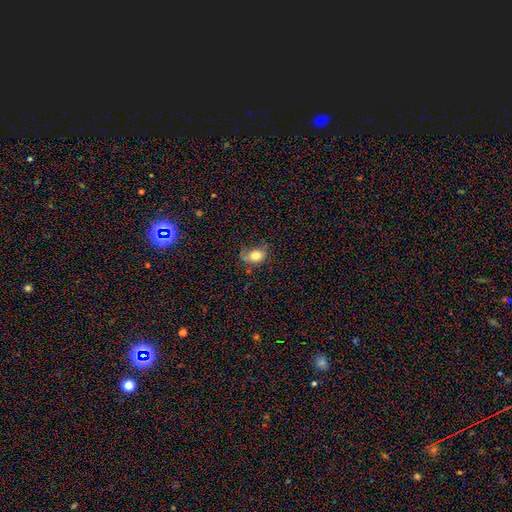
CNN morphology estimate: A smooth galaxy with no disk features (75%) that is in between round and cigar-shaped (74%). Merging: none (46%).